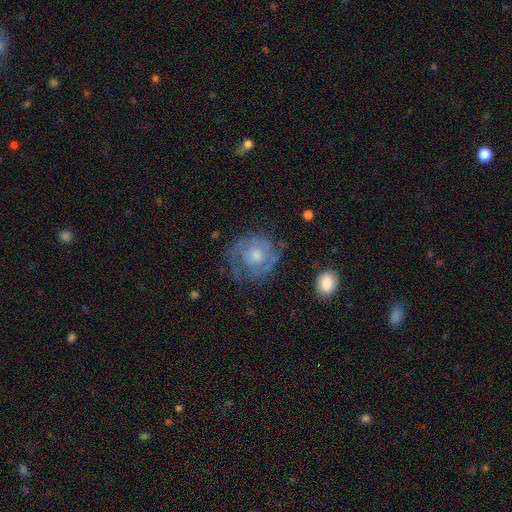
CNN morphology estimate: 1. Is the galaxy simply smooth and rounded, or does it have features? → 74% featured or disk, 19% smooth, 7% star or artifact.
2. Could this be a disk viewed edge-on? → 97% no, 3% yes.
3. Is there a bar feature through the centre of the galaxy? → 79% no, 18% weak, 3% strong.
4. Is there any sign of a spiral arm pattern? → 84% yes, 16% no.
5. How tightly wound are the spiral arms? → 64% tight, 28% medium, 8% loose.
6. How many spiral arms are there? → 51% 2, 28% can't tell, 9% 3, 6% 1, 3% 4, 3% more than 4.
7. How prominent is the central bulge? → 52% moderate, 35% small, 8% large, 4% none, 2% dominant.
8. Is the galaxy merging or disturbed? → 71% none, 18% minor disturbance, 9% major disturbance, 2% merger.